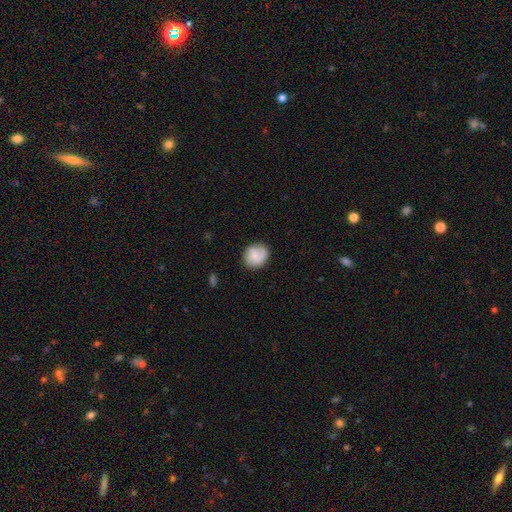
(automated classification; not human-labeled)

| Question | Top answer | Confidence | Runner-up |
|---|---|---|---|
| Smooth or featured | smooth | 69% | featured or disk (24%) |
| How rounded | round | 78% | in between (21%) |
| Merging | none | 76% | minor disturbance (17%) |